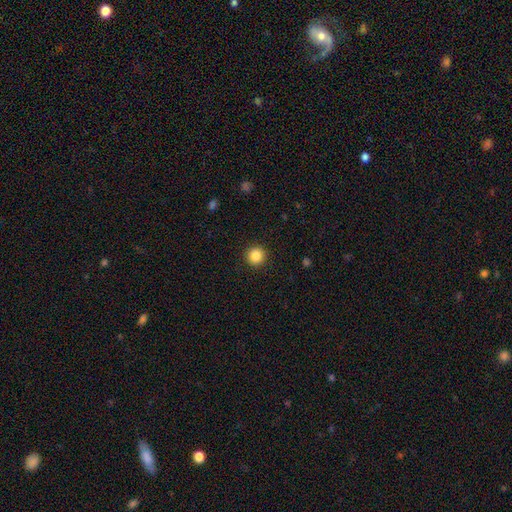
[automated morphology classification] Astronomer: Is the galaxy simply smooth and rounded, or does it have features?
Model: smooth — 86%.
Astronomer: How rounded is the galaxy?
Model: round — 95%.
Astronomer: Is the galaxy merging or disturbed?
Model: none — 92%.